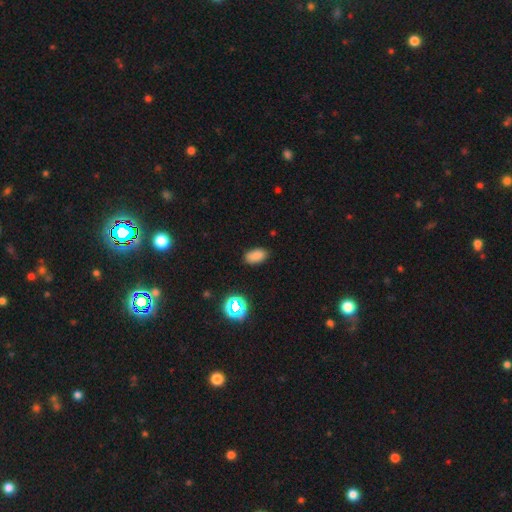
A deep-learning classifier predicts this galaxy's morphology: smooth 81%, star or artifact 15%, featured or disk 4%. Down the decision tree: how rounded — in between (91%); merging — none (84%).